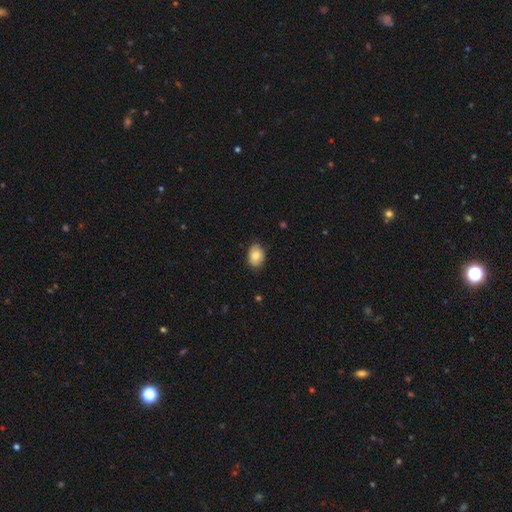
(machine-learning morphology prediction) Smooth or featured?
  - smooth: 79% *
  - featured or disk: 13%
  - star or artifact: 7%
How rounded?
  - in between: 74% *
  - round: 25%
  - cigar-shaped: 1%
Merging?
  - none: 79% *
  - minor disturbance: 17%
  - major disturbance: 3%
  - merger: 1%